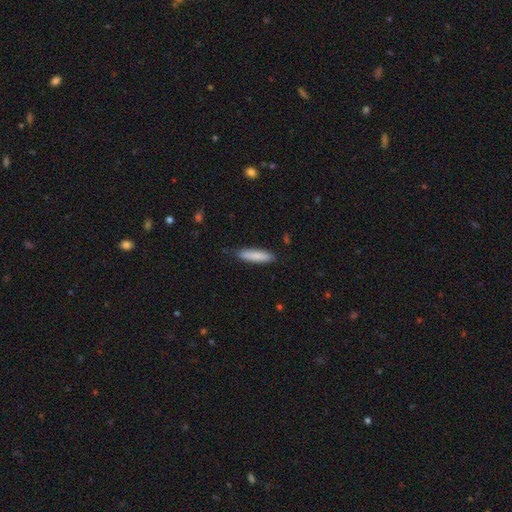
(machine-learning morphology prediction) A smooth galaxy with no disk features (83%) that is cigar-shaped (76%).

Vote fractions:
- Smooth or featured? smooth: 83% / featured or disk: 11% / star or artifact: 6%
- How rounded? cigar-shaped: 76% / in between: 23% / round: 1%
- Merging? none: 84% / minor disturbance: 13% / major disturbance: 2% / merger: 1%